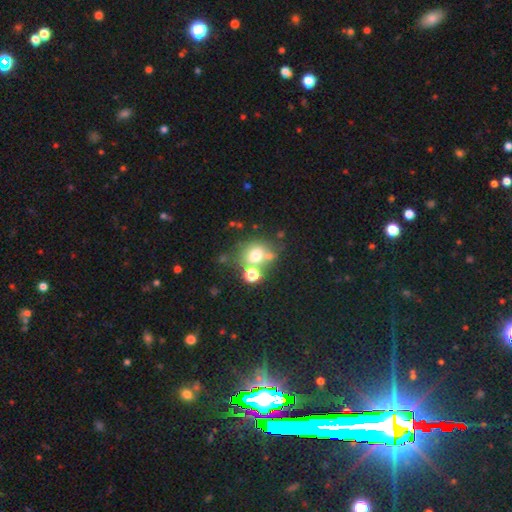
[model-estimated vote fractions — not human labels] Overall: smooth (66%). How rounded: round (72%). Merging: none (53%; merger 28%).